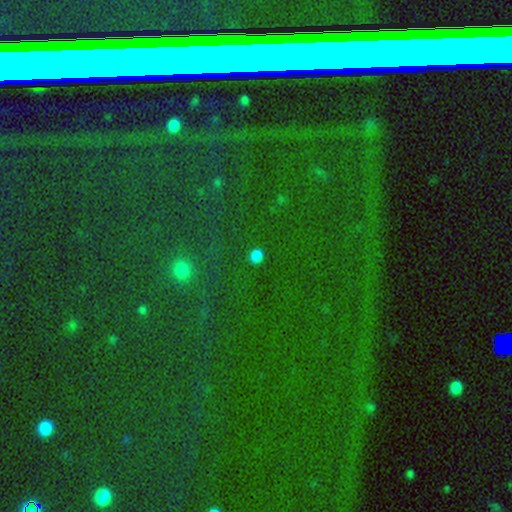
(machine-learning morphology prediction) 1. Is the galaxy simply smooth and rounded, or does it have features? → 74% smooth, 21% star or artifact, 4% featured or disk.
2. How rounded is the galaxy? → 80% round, 18% in between, 1% cigar-shaped.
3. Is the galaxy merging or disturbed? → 90% none, 6% minor disturbance, 2% major disturbance, 2% merger.